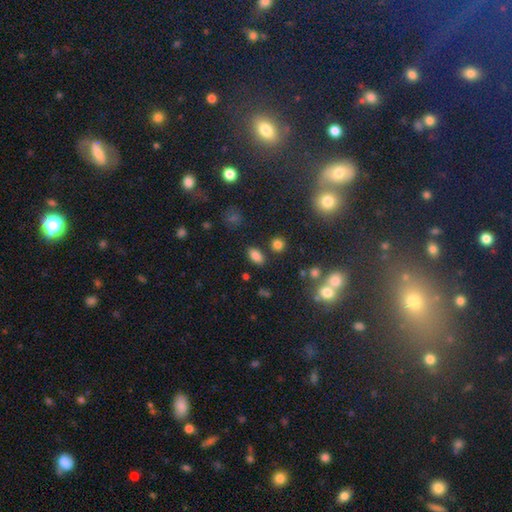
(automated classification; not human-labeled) The model was most divided on "smooth or featured": smooth: 81%, star or artifact: 14%, featured or disk: 5%. More confident: how rounded — in between (88%); merging — none (83%).